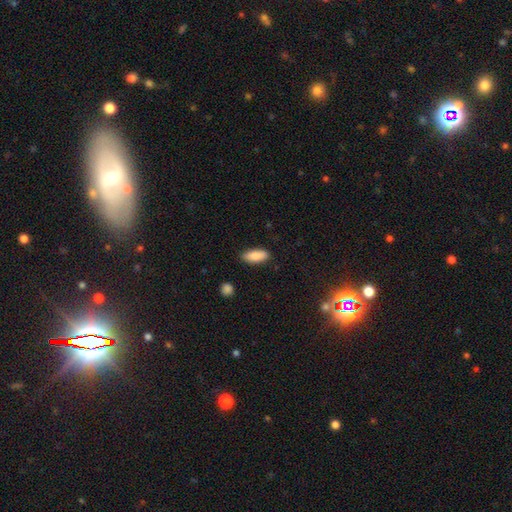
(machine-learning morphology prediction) smooth-or-featured: smooth: 87% | featured or disk: 7% | star or artifact: 6%
  how-rounded: in between: 80% | cigar-shaped: 18% | round: 2%
  merging: none: 86% | minor disturbance: 11% | major disturbance: 2% | merger: 1%